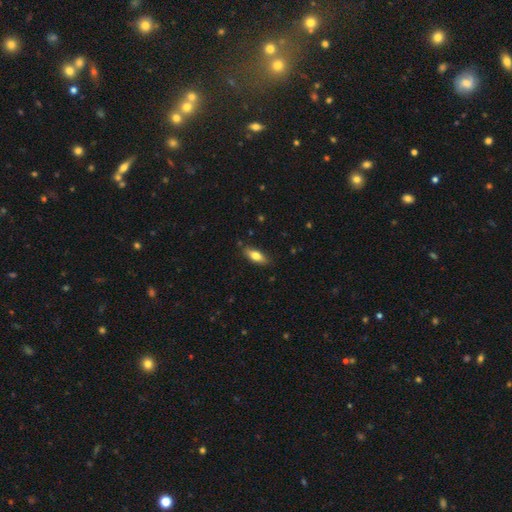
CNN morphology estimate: Smooth or featured: smooth — 72% (featured or disk — 21%)
How rounded: in between — 72% (cigar-shaped — 26%)
Merging: none — 82% (minor disturbance — 14%)